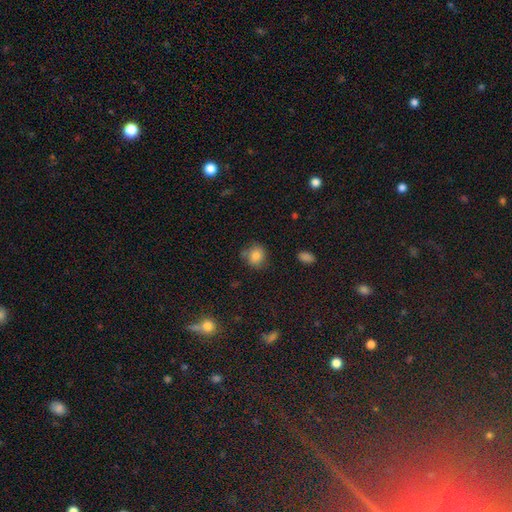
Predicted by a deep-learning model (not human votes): Morphology: type=smooth (81%); roundness=round (78%); merging=none (68%).